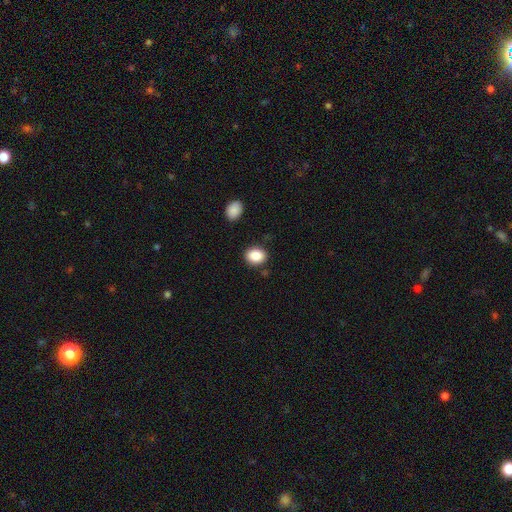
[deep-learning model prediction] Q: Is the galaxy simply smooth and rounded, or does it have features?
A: smooth — 88%.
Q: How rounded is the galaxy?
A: in between — 53%.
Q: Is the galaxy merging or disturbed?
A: none — 85%.